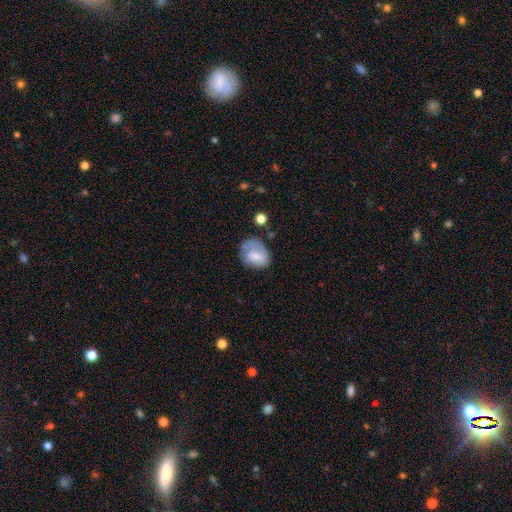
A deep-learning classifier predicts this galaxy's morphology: A smooth galaxy with no disk features (70%) that is in between round and cigar-shaped (63%).

Vote fractions:
- Smooth or featured? smooth: 70% / featured or disk: 22% / star or artifact: 8%
- How rounded? in between: 63% / round: 36% / cigar-shaped: 1%
- Merging? none: 48% / minor disturbance: 30% / major disturbance: 17% / merger: 5%